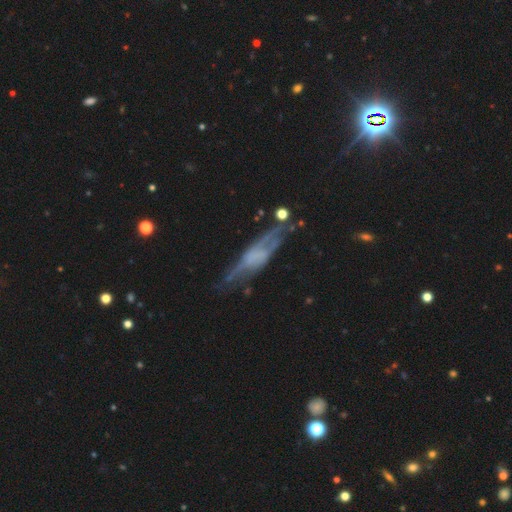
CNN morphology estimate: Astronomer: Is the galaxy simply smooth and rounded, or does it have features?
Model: featured or disk — 67%.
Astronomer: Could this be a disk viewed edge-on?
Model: yes — 64%.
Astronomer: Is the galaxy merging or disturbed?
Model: none — 55%.